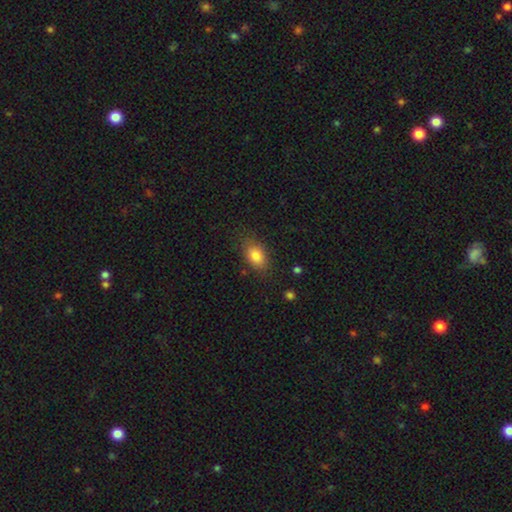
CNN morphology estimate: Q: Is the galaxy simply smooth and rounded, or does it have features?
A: smooth — 83%.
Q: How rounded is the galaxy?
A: in between — 86%.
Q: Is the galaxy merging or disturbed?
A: none — 80%.